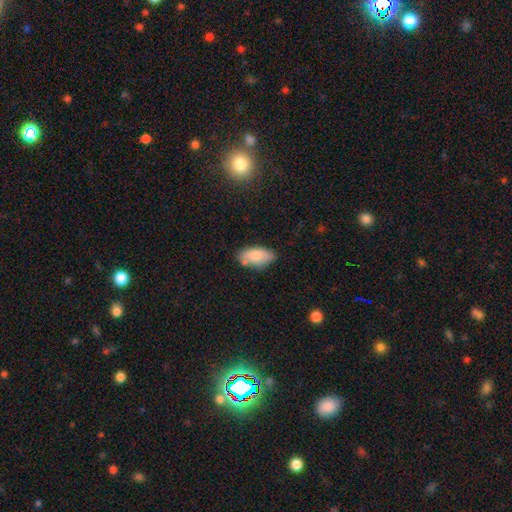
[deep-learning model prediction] Q: Smooth or featured?
A: smooth (80%); runner-up: featured or disk (14%)
Q: How rounded?
A: in between (92%); runner-up: cigar-shaped (5%)
Q: Merging?
A: none (74%); runner-up: minor disturbance (18%)